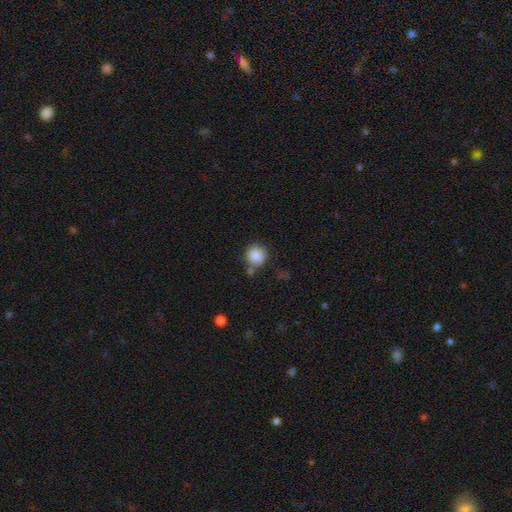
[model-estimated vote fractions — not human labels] smooth-or-featured: smooth: 87% | star or artifact: 8% | featured or disk: 5%
  how-rounded: round: 91% | in between: 8% | cigar-shaped: 1%
  merging: none: 70% | minor disturbance: 14% | merger: 11% | major disturbance: 4%